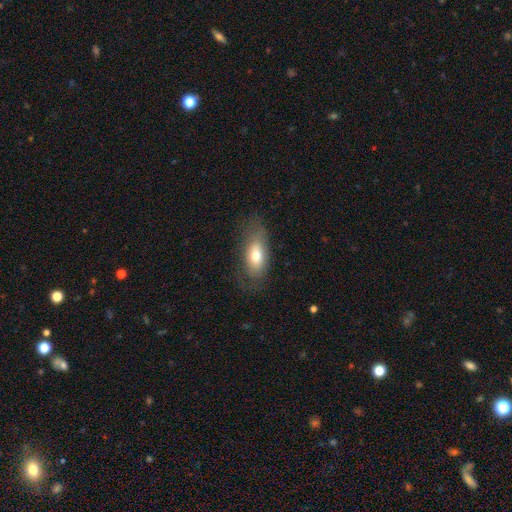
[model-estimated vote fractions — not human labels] smooth_or_featured: smooth (p=0.67) [alt: featured or disk p=0.25]
how_rounded: in between (p=0.84) [alt: cigar-shaped p=0.11]
merging: none (p=0.63) [alt: minor disturbance p=0.23]